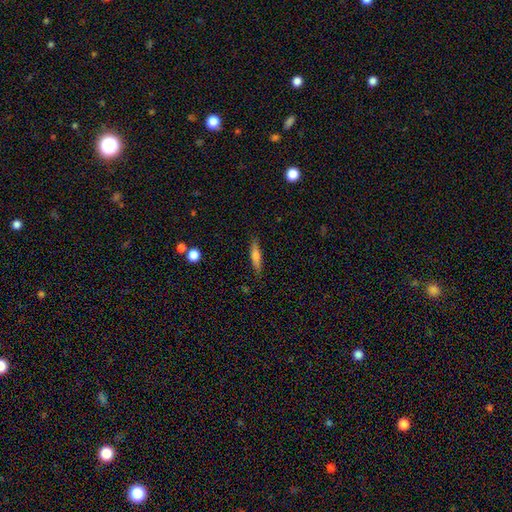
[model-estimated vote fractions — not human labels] Smooth or featured? Predicted: smooth (p=0.62). How rounded? Predicted: cigar-shaped (p=0.82). Merging? Predicted: none (p=0.86).